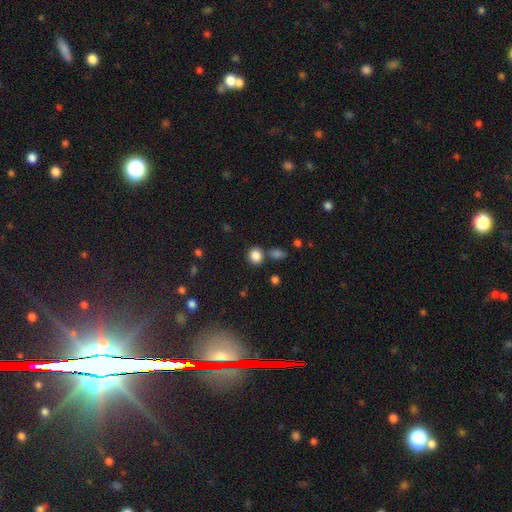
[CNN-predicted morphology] Q: Smooth or featured?
A: smooth (84%); runner-up: star or artifact (11%)
Q: How rounded?
A: round (79%); runner-up: in between (20%)
Q: Merging?
A: none (75%); runner-up: merger (12%)